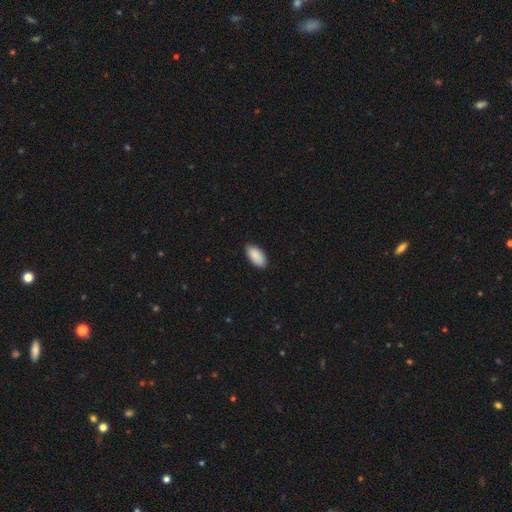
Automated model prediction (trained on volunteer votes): A smooth galaxy with no disk features (90%) that is in between round and cigar-shaped (94%).

Vote fractions:
- Smooth or featured? smooth: 90% / star or artifact: 6% / featured or disk: 4%
- How rounded? in between: 94% / cigar-shaped: 4% / round: 2%
- Merging? none: 86% / minor disturbance: 12% / major disturbance: 2% / merger: 1%